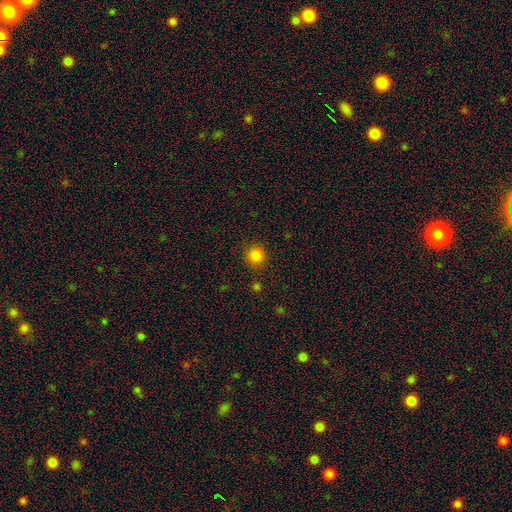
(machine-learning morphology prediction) Smooth or featured? Predicted: smooth (p=0.84). How rounded? Predicted: round (p=0.92). Merging? Predicted: none (p=0.86).